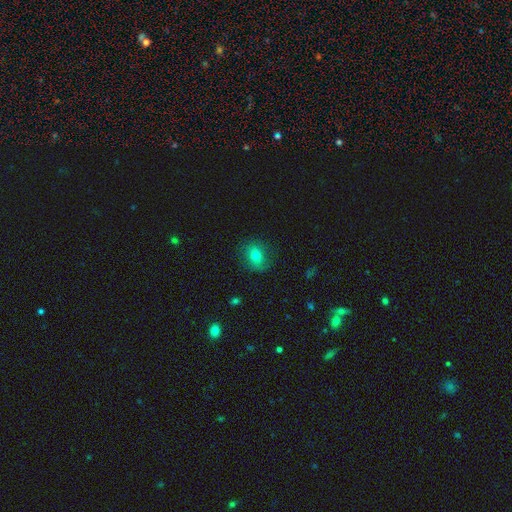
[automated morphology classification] type=smooth (70%); roundness=round (64%); merging=none (80%).